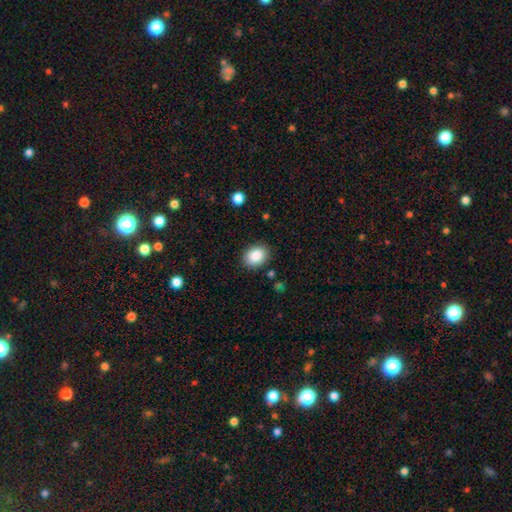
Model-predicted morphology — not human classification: Q: Smooth or featured?
A: smooth (88%); runner-up: star or artifact (8%)
Q: How rounded?
A: in between (63%); runner-up: round (37%)
Q: Merging?
A: none (86%); runner-up: minor disturbance (9%)